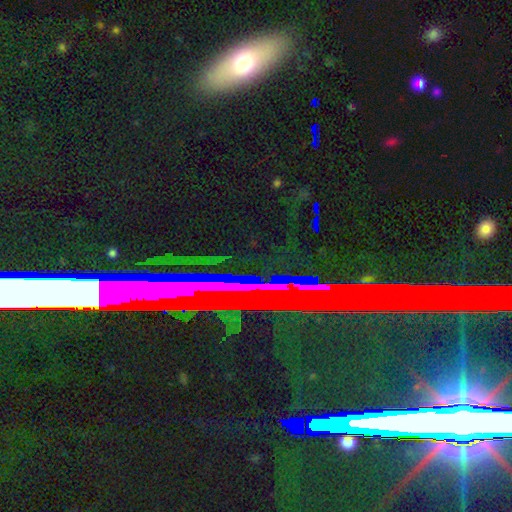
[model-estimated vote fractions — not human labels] smooth_or_featured: star or artifact (p=0.68) [alt: featured or disk p=0.19]